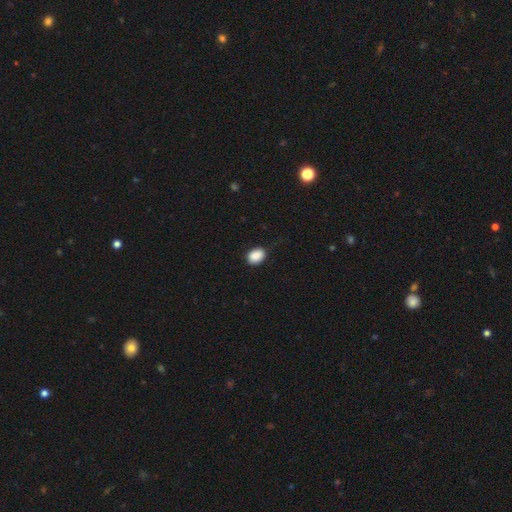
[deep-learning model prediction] smooth-or-featured: smooth: 89% | star or artifact: 8% | featured or disk: 3%
  how-rounded: in between: 73% | round: 26% | cigar-shaped: 1%
  merging: none: 79% | minor disturbance: 17% | major disturbance: 3% | merger: 1%